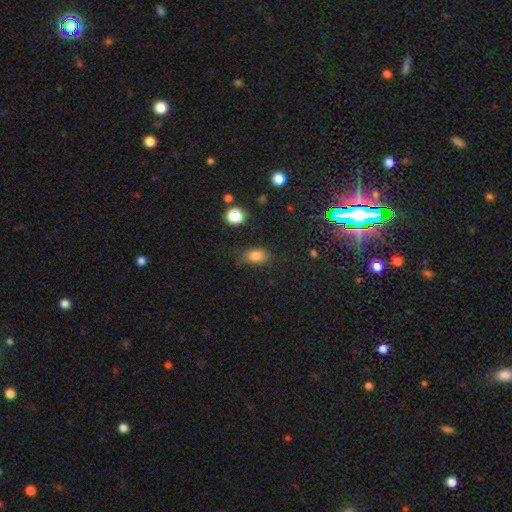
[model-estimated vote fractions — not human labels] Overall: smooth (81%). How rounded: in between (74%). Merging: none (71%).